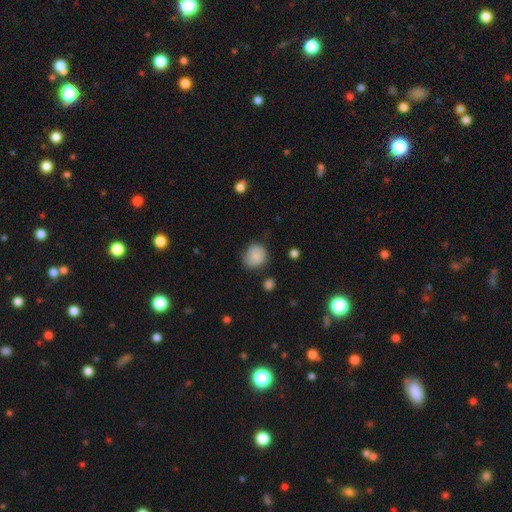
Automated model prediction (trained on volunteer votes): Smooth or featured: smooth — 78% (featured or disk — 14%)
How rounded: round — 77% (in between — 22%)
Merging: none — 68% (minor disturbance — 23%)